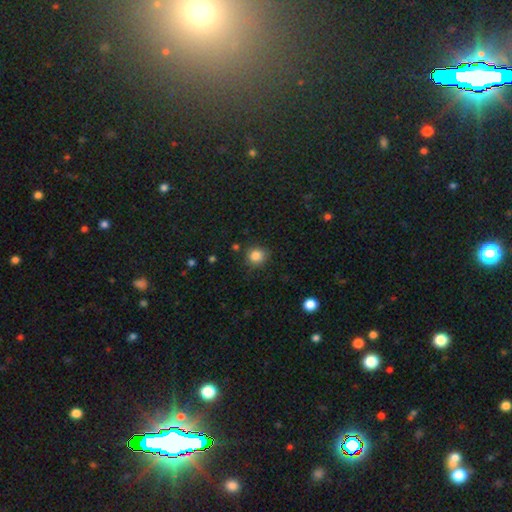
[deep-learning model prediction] The model was most divided on "merging": none: 81%, minor disturbance: 13%, major disturbance: 3%, merger: 2%. More confident: how rounded — round (86%); smooth or featured — smooth (85%).